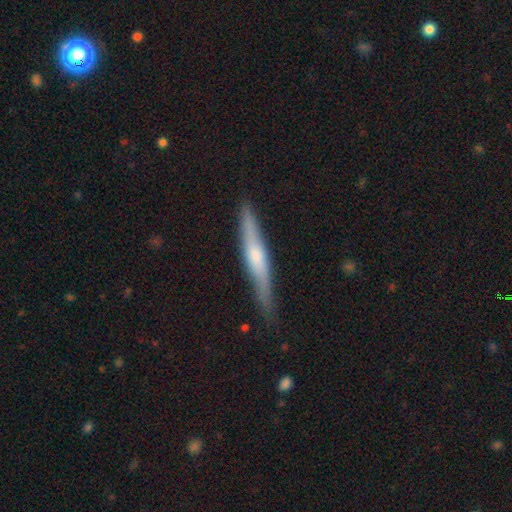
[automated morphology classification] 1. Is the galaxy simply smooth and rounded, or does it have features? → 55% featured or disk, 39% smooth, 6% star or artifact.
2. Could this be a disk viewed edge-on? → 93% yes, 7% no.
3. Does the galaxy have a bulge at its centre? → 68% rounded, 21% none, 11% boxy.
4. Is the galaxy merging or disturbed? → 81% none, 15% minor disturbance, 2% major disturbance, 1% merger.